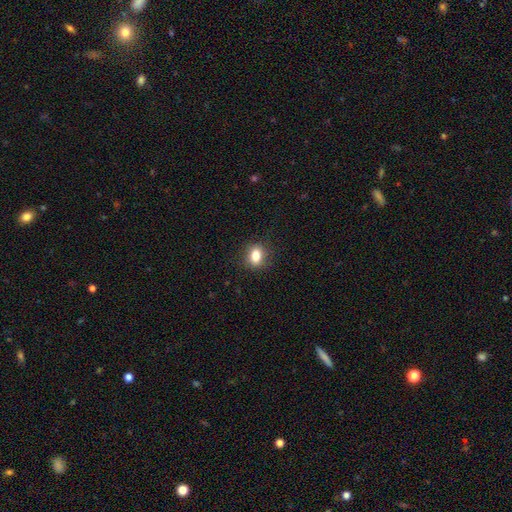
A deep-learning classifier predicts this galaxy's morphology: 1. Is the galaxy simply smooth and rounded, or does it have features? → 82% smooth, 10% star or artifact, 7% featured or disk.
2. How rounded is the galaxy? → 57% in between, 41% round, 2% cigar-shaped.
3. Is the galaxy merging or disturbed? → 88% none, 9% minor disturbance, 2% major disturbance, 1% merger.